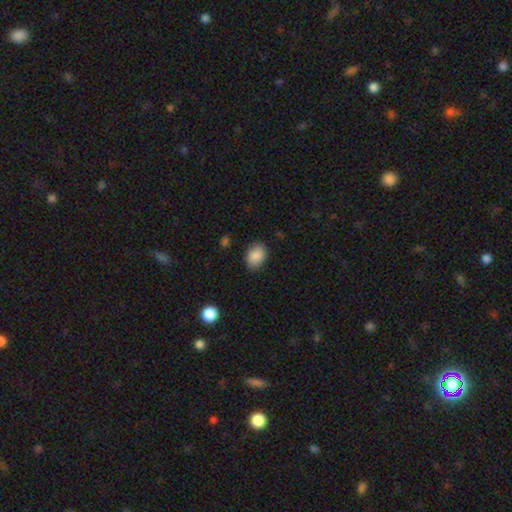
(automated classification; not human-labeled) Morphology: type=smooth (88%); roundness=in between (74%); merging=none (83%).